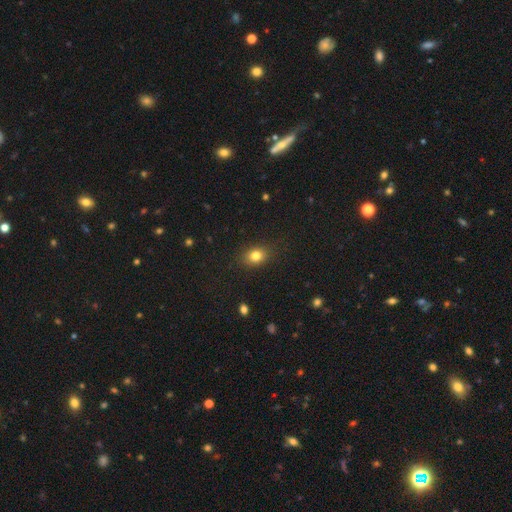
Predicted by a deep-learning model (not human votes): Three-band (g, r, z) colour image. It shows a smooth galaxy with no disk features (81%) that is in between round and cigar-shaped (61%). Merging: none (86%).